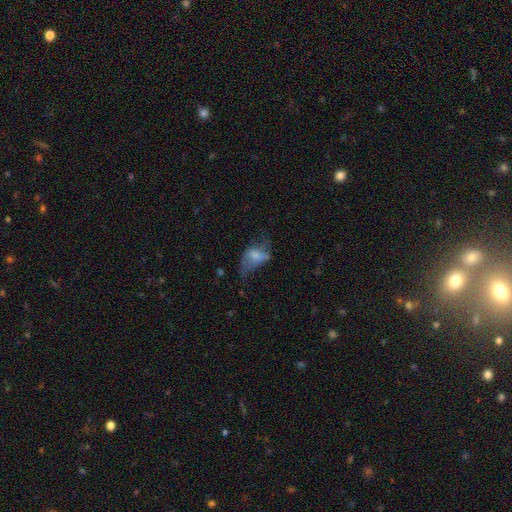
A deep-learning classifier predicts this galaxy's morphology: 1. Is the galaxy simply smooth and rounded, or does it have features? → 49% featured or disk, 40% smooth, 11% star or artifact.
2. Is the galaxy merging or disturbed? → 44% major disturbance, 29% none, 23% minor disturbance, 4% merger.